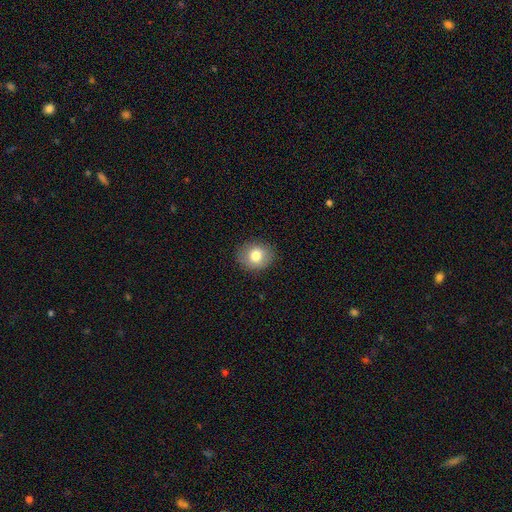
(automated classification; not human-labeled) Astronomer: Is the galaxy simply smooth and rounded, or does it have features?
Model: smooth — 79%.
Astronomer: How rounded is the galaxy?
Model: round — 71%.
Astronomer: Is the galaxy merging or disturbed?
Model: none — 88%.